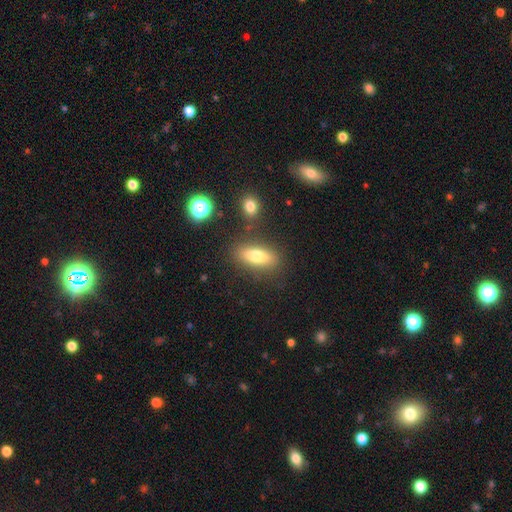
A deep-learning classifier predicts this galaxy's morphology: Smooth or featured? Predicted: smooth (p=0.73). How rounded? Predicted: in between (p=0.68). Merging? Predicted: none (p=0.80).